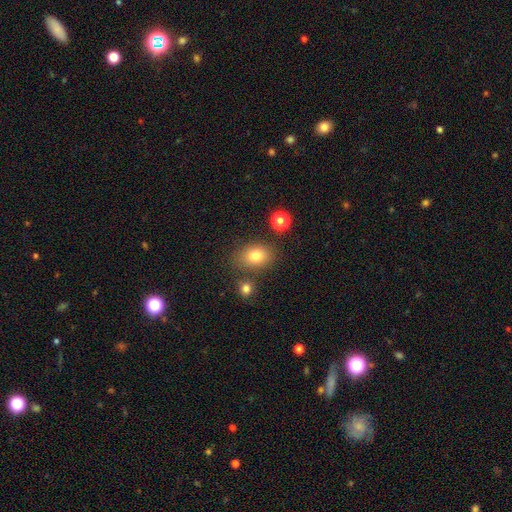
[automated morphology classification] Smooth or featured: smooth — 80% (star or artifact — 11%)
How rounded: in between — 66% (round — 33%)
Merging: none — 74% (minor disturbance — 13%)